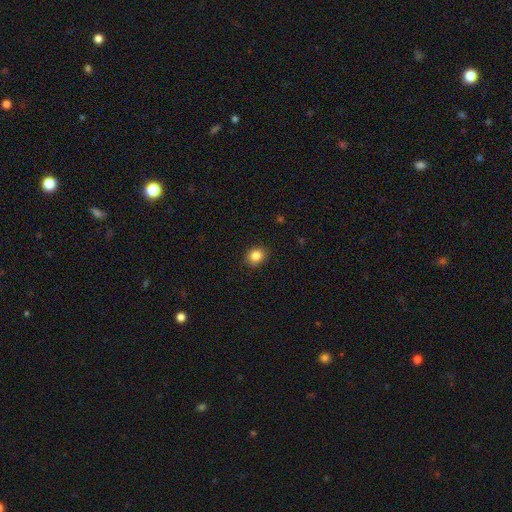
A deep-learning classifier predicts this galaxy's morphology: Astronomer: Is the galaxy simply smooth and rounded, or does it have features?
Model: smooth — 85%.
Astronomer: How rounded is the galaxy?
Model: round — 64%.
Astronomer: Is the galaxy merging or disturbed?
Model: none — 89%.